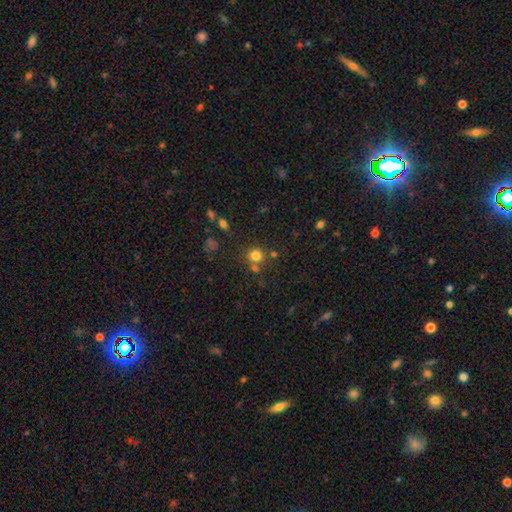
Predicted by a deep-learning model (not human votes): smooth_or_featured: smooth (p=0.78) [alt: star or artifact p=0.15]
how_rounded: round (p=0.88) [alt: in between p=0.11]
merging: none (p=0.71) [alt: merger p=0.15]